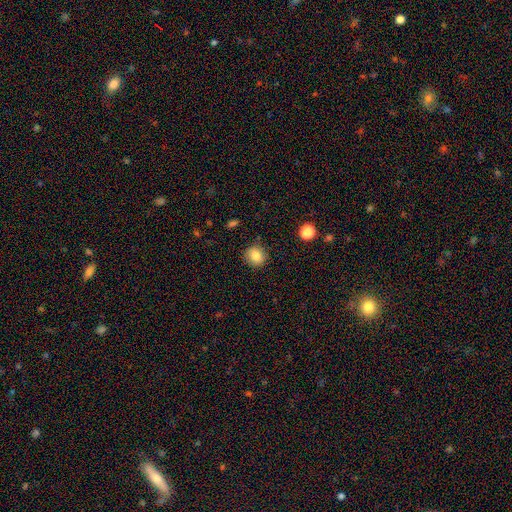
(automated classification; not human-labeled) This appears to be a smooth galaxy with no disk features (82%) that is round (86%). Merging: none (88%).